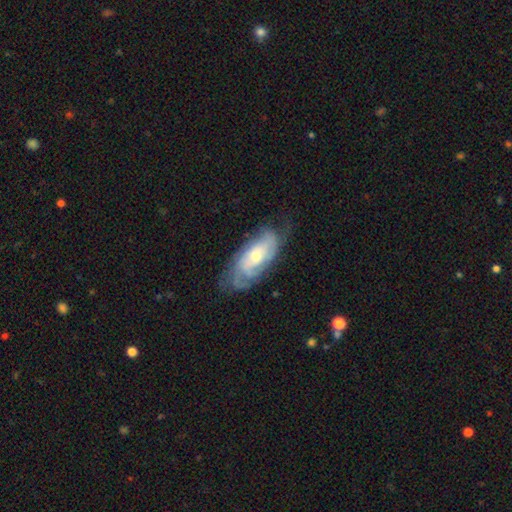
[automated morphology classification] Smooth or featured?
  - featured or disk: 76% *
  - smooth: 18%
  - star or artifact: 6%
Edge-on disk?
  - no: 91% *
  - yes: 9%
Bar?
  - no: 70% *
  - weak: 24%
  - strong: 6%
Spiral arms?
  - yes: 91% *
  - no: 9%
Spiral winding?
  - tight: 60% *
  - medium: 30%
  - loose: 10%
Spiral arm count?
  - can't tell: 44% *
  - 2: 23%
  - 3: 16%
  - 4: 9%
  - 1: 4%
  - more than 4: 4%
Bulge size?
  - small: 48% *
  - moderate: 47%
  - large: 3%
  - none: 1%
  - dominant: 1%
Merging?
  - none: 65% *
  - minor disturbance: 23%
  - major disturbance: 11%
  - merger: 1%